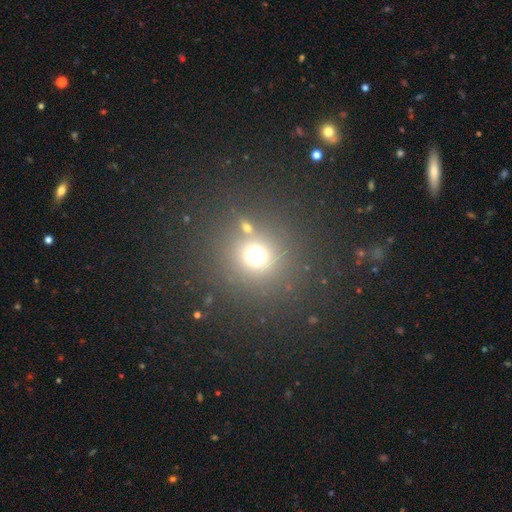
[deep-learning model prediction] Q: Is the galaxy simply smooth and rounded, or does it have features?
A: smooth — 68%.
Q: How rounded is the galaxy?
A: round — 89%.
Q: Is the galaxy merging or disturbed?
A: none — 74%.